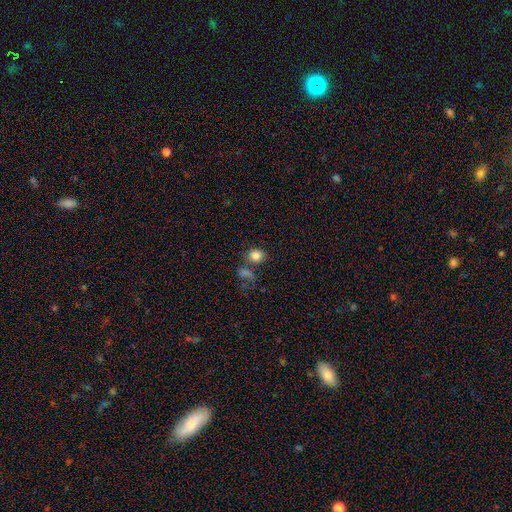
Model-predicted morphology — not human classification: This appears to be a smooth galaxy with no disk features (83%) that is round (65%). Merging: none (64%).